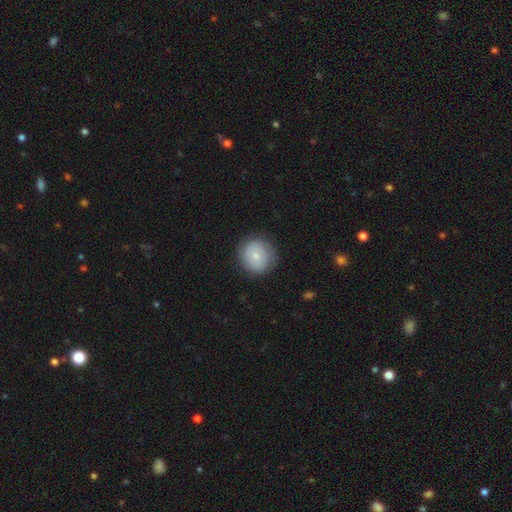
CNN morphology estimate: Q: Smooth or featured?
A: smooth (65%); runner-up: featured or disk (28%)
Q: How rounded?
A: round (88%); runner-up: in between (11%)
Q: Merging?
A: none (82%); runner-up: minor disturbance (13%)